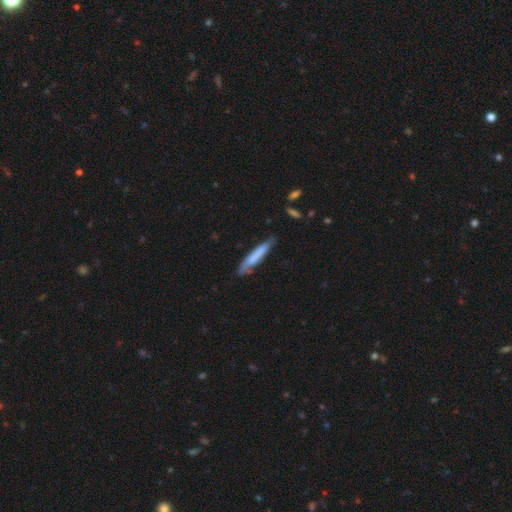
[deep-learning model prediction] A smooth galaxy with no disk features (63%) that is cigar-shaped (90%).

Vote fractions:
- Smooth or featured? smooth: 63% / featured or disk: 31% / star or artifact: 6%
- How rounded? cigar-shaped: 90% / in between: 8% / round: 1%
- Merging? none: 69% / minor disturbance: 23% / major disturbance: 5% / merger: 3%